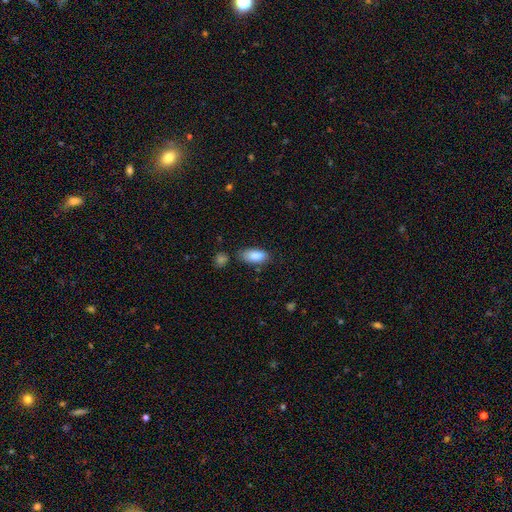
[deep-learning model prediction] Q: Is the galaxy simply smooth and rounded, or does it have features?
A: smooth — 88%.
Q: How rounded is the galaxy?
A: in between — 88%.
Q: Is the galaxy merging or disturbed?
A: none — 72%.